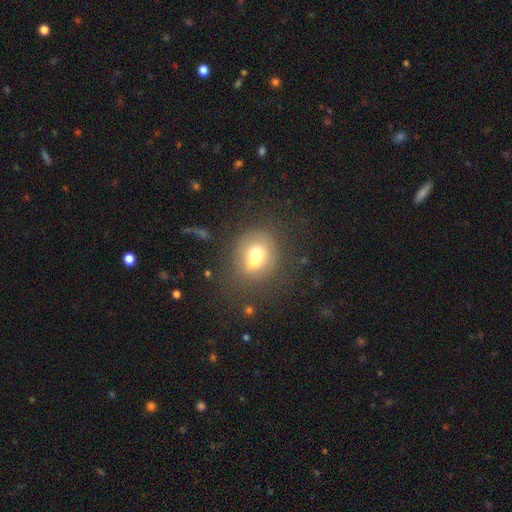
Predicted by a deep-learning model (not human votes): smooth 64%, featured or disk 25%, star or artifact 11%. Down the decision tree: how rounded — round (69%); merging — none (41%).